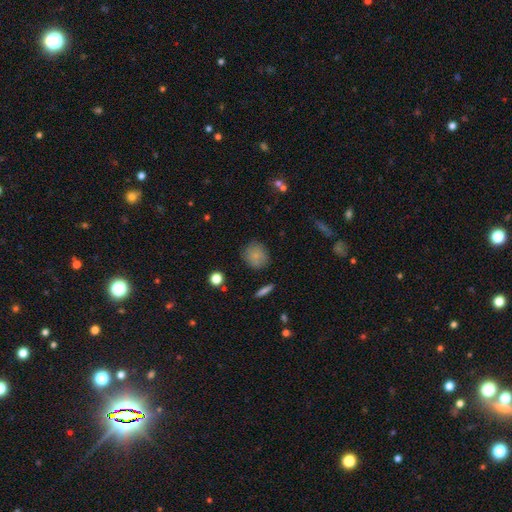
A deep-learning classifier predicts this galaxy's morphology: The model was most divided on "smooth or featured": smooth: 80%, featured or disk: 10%, star or artifact: 9%. More confident: how rounded — round (85%); merging — none (82%).